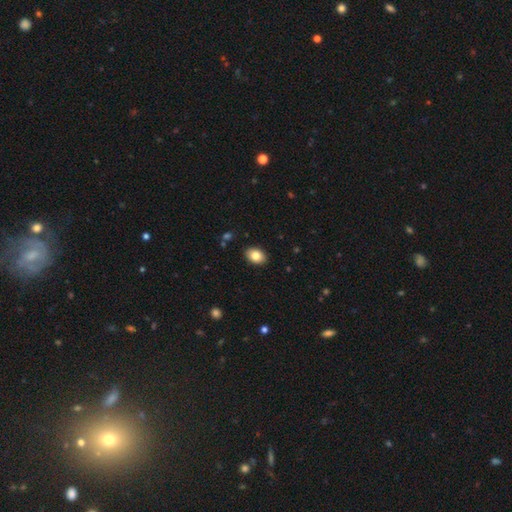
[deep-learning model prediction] This appears to be a smooth galaxy with no disk features (83%) that is in between round and cigar-shaped (81%). Merging: none (89%).